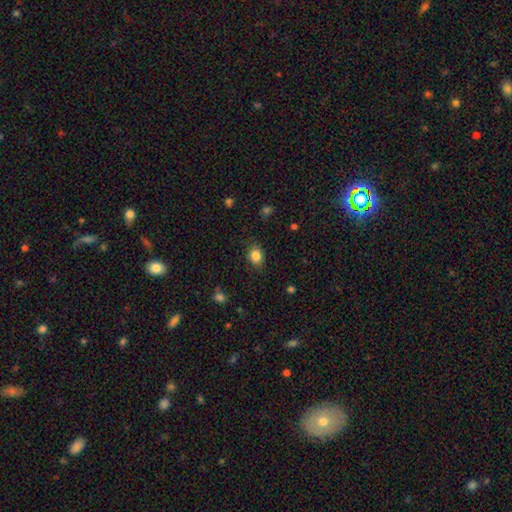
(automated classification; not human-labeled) smooth-or-featured: smooth: 85% | star or artifact: 10% | featured or disk: 5%
  how-rounded: in between: 55% | round: 44% | cigar-shaped: 1%
  merging: none: 83% | minor disturbance: 13% | major disturbance: 3% | merger: 1%